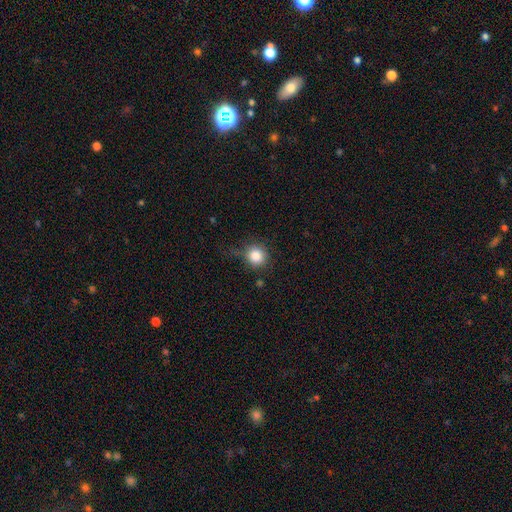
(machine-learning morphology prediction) type=smooth (83%); roundness=round (90%); merging=none (69%).